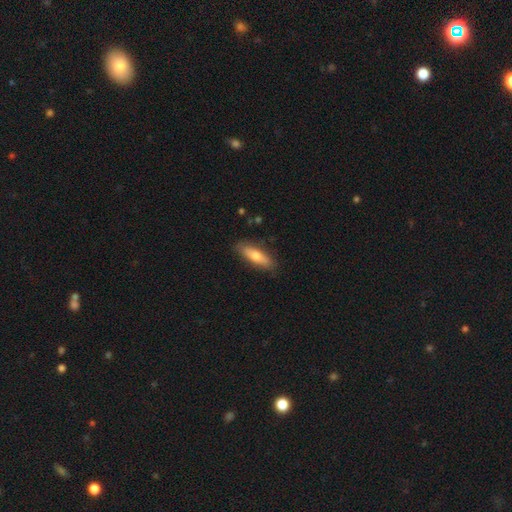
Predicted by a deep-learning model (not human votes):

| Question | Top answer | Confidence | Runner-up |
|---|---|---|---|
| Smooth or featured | smooth | 67% | featured or disk (27%) |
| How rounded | cigar-shaped | 53% | in between (45%) |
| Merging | none | 85% | minor disturbance (12%) |